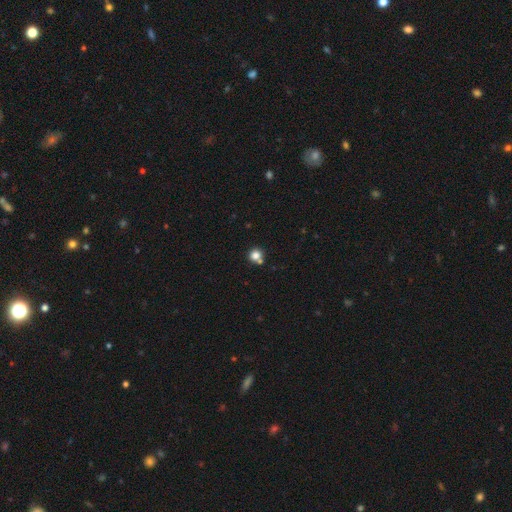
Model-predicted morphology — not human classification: Smooth or featured? smooth (81%)
How rounded? round (91%)
Merging? none (69%)